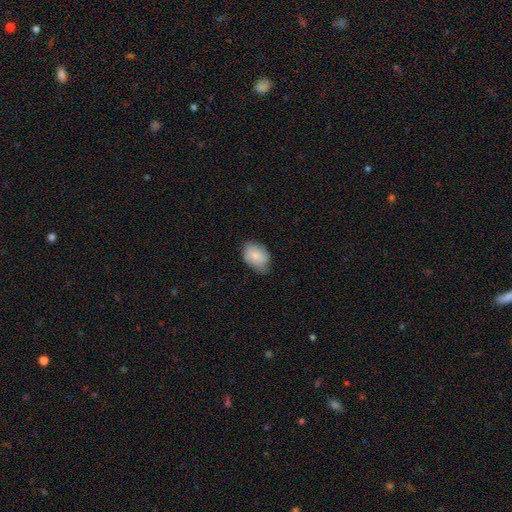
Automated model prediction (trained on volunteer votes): Overall: smooth (77%). How rounded: in between (78%). Merging: none (56%; minor disturbance 36%).